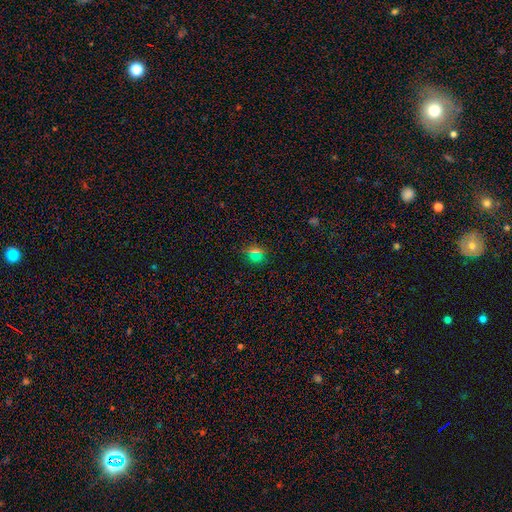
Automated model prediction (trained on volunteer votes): The model was most divided on "smooth or featured": smooth: 57%, star or artifact: 34%, featured or disk: 8%. More confident: merging — none (84%); how rounded — round (82%).